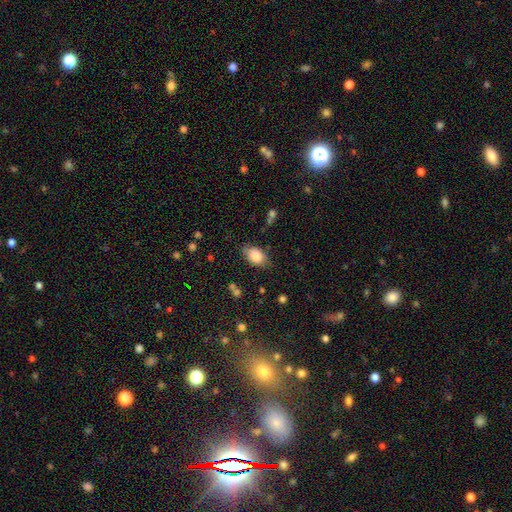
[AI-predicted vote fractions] This is clearly a smooth galaxy (86%). How rounded: clearly in between (89%). Merging: likely none (74%).